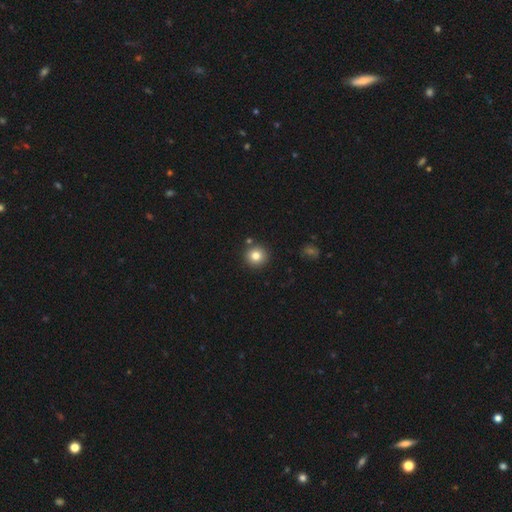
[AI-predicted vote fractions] Q: Smooth or featured?
A: smooth (81%); runner-up: star or artifact (11%)
Q: How rounded?
A: round (95%); runner-up: in between (4%)
Q: Merging?
A: none (88%); runner-up: minor disturbance (6%)